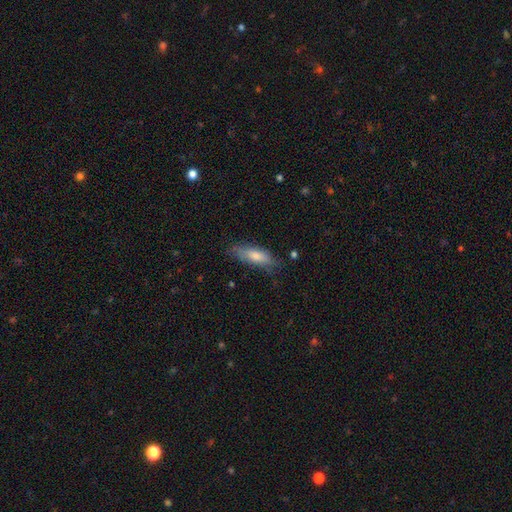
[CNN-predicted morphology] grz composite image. It shows a smooth galaxy with no disk features (69%) that is cigar-shaped (50%). Merging: none (73%).